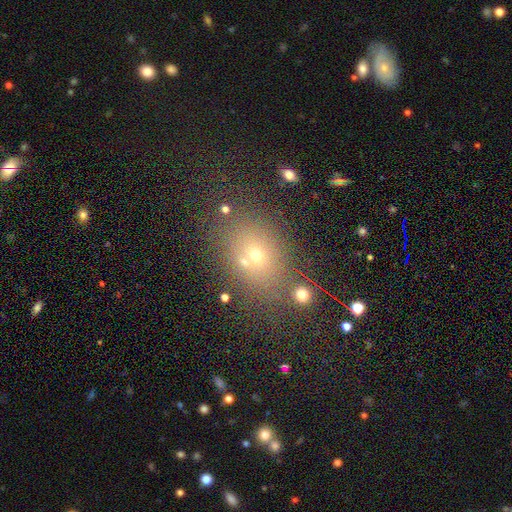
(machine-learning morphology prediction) A smooth galaxy with no disk features (60%) that is in between round and cigar-shaped (59%). Merging: none (65%).